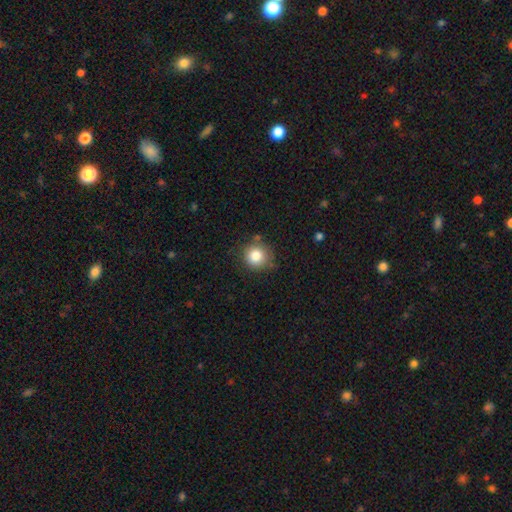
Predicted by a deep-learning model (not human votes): Smooth or featured?
  - smooth: 82% *
  - star or artifact: 11%
  - featured or disk: 7%
How rounded?
  - round: 92% *
  - in between: 7%
  - cigar-shaped: 1%
Merging?
  - none: 81% *
  - minor disturbance: 12%
  - major disturbance: 3%
  - merger: 3%